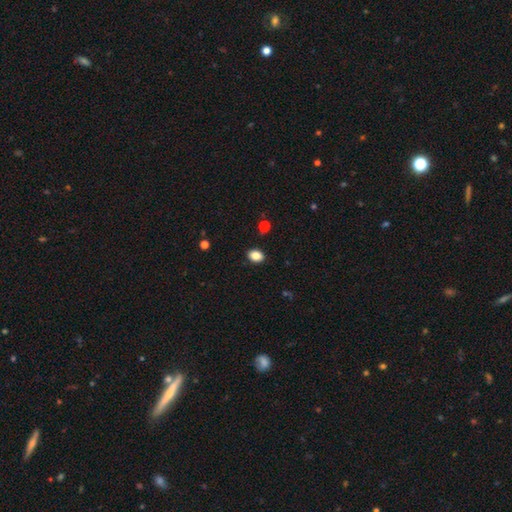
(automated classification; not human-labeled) Q: Smooth or featured?
A: smooth (86%); runner-up: star or artifact (9%)
Q: How rounded?
A: in between (75%); runner-up: round (24%)
Q: Merging?
A: none (89%); runner-up: minor disturbance (8%)